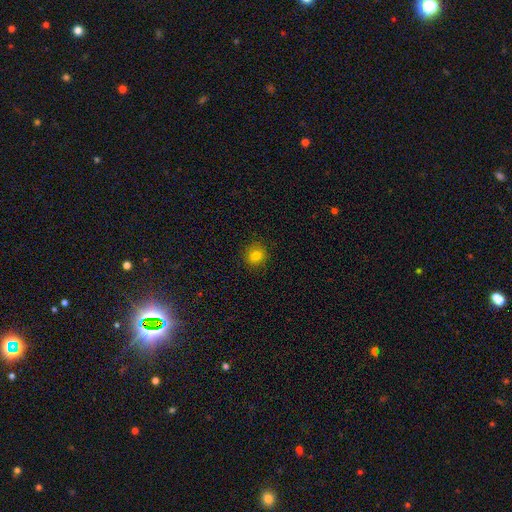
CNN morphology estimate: This is clearly a smooth galaxy (81%). How rounded: clearly round (83%). Merging: clearly none (88%).